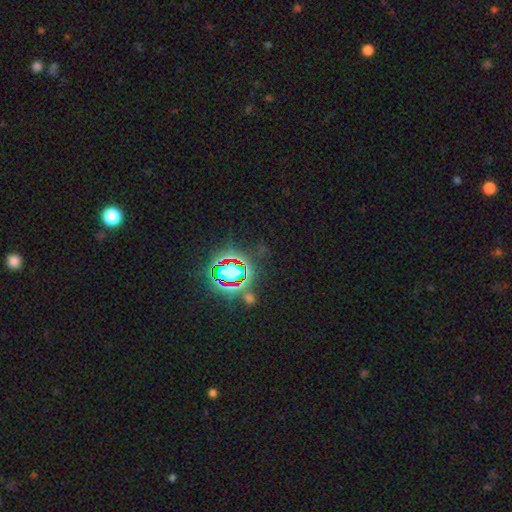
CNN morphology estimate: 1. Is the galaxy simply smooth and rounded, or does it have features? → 78% star or artifact, 14% smooth, 9% featured or disk.